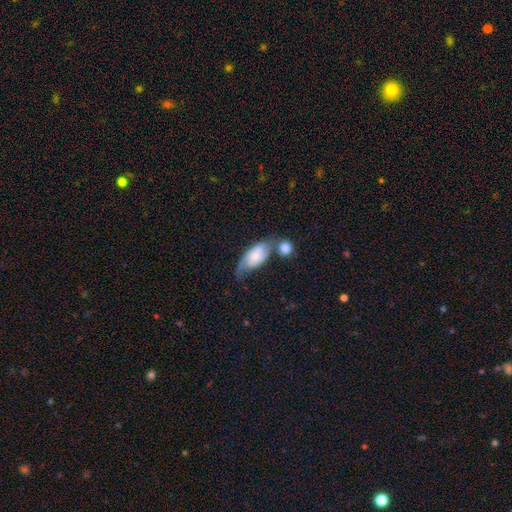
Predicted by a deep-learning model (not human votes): Morphology: type=smooth (48%); merging=merger (34%).